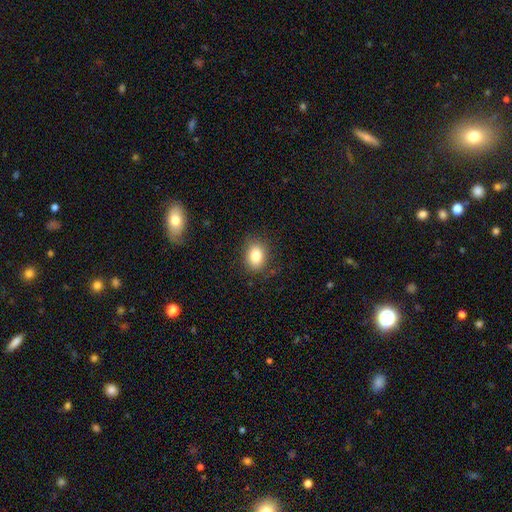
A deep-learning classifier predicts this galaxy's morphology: smooth_or_featured: smooth (p=0.82) [alt: star or artifact p=0.10]
how_rounded: in between (p=0.67) [alt: round p=0.32]
merging: none (p=0.83) [alt: minor disturbance p=0.12]